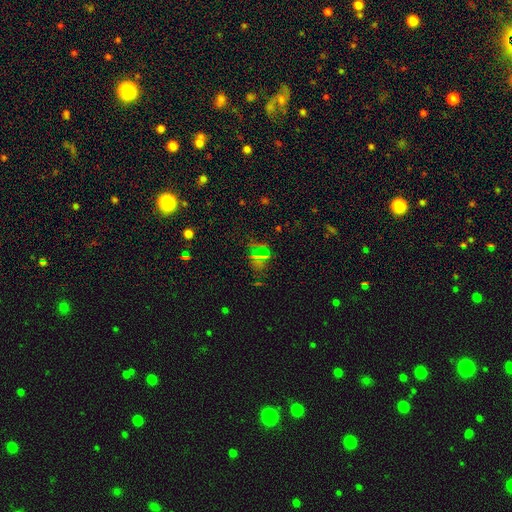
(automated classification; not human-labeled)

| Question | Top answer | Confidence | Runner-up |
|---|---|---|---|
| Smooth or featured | star or artifact | 58% | smooth (32%) |